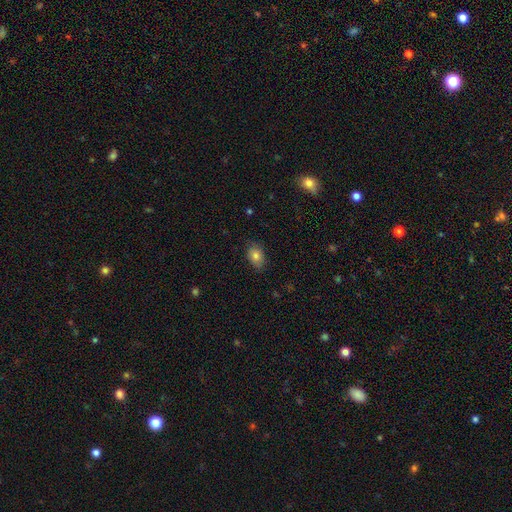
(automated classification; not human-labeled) This appears to be a smooth galaxy with no disk features (79%) that is in between round and cigar-shaped (80%). Merging: none (78%).